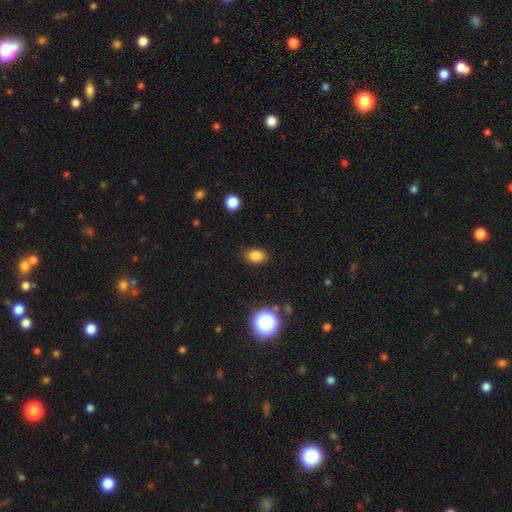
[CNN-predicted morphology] A smooth galaxy with no disk features (83%) that is in between round and cigar-shaped (81%). Merging: none (85%).